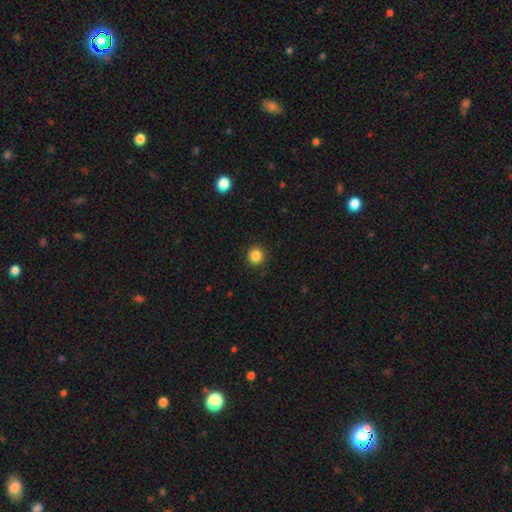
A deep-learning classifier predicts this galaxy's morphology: This is clearly a smooth galaxy (85%). How rounded: clearly round (92%). Merging: clearly none (92%).